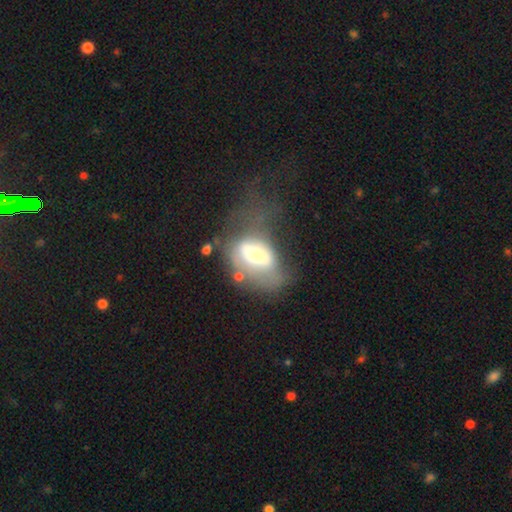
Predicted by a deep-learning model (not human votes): Overall: smooth (49%; featured or disk 41%). Merging: major disturbance (46%; minor disturbance 21%).